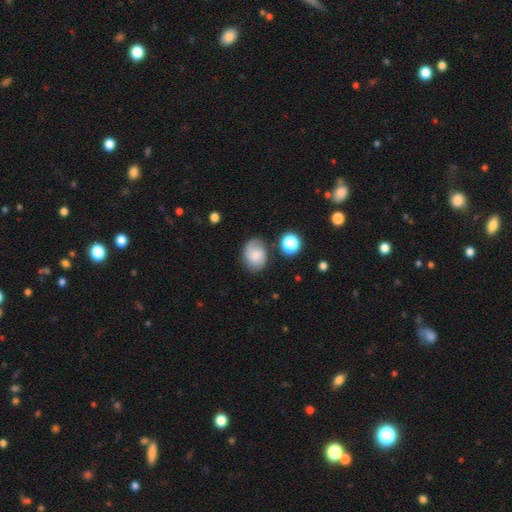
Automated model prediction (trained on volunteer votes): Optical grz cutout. It shows a smooth galaxy with no disk features (65%) that is in between round and cigar-shaped (62%). Merging: none (69%).